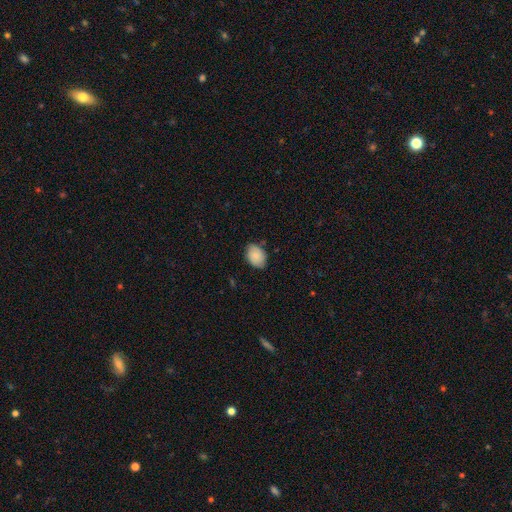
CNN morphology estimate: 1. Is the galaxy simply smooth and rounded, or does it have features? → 81% smooth, 11% featured or disk, 7% star or artifact.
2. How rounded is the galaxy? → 76% in between, 23% round, 1% cigar-shaped.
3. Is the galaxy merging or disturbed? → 76% none, 19% minor disturbance, 3% major disturbance, 1% merger.